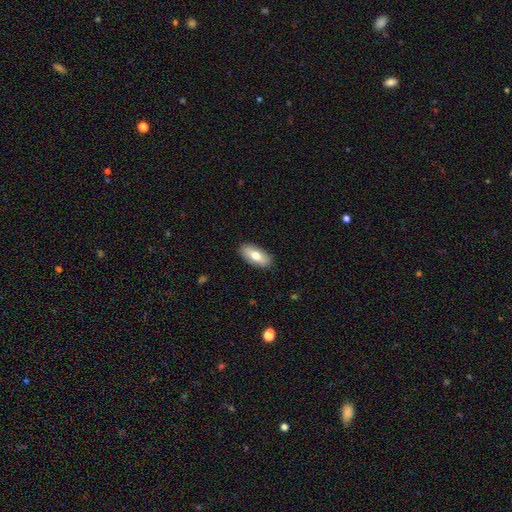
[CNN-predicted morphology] Q: Smooth or featured?
A: smooth (71%); runner-up: featured or disk (23%)
Q: How rounded?
A: in between (88%); runner-up: cigar-shaped (10%)
Q: Merging?
A: none (88%); runner-up: minor disturbance (9%)